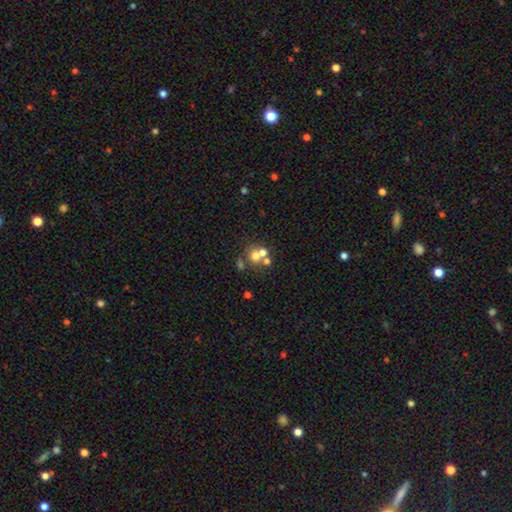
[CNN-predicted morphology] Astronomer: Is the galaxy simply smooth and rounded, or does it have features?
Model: smooth — 58%.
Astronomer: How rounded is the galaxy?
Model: round — 81%.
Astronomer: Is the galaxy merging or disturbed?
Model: merger — 46% (runner-up: none, 41%).